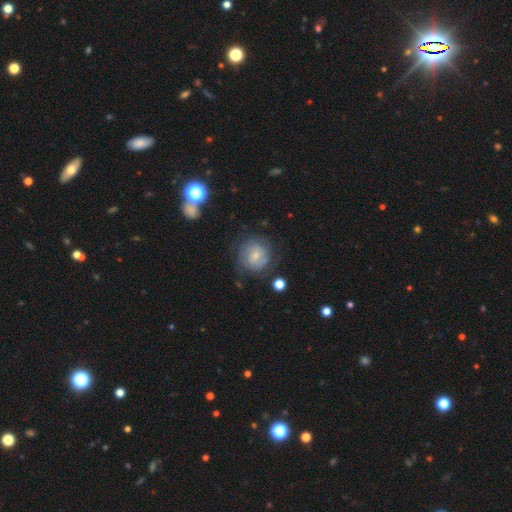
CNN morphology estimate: Smooth or featured: smooth — 48% (featured or disk — 43%)
Merging: none — 66% (minor disturbance — 20%)